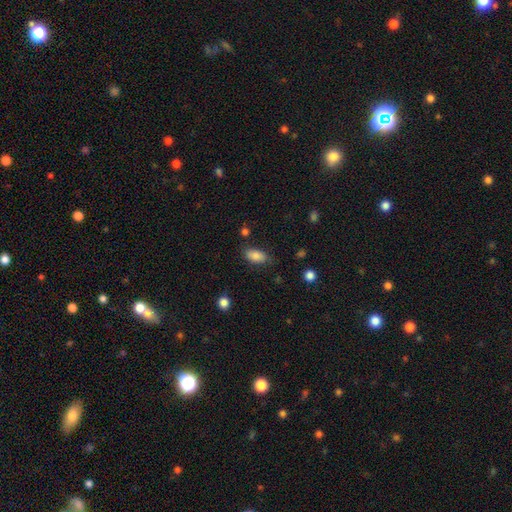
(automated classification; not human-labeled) smooth-or-featured: smooth: 84% | featured or disk: 9% | star or artifact: 8%
  how-rounded: in between: 91% | round: 5% | cigar-shaped: 4%
  merging: none: 75% | minor disturbance: 18% | major disturbance: 4% | merger: 2%